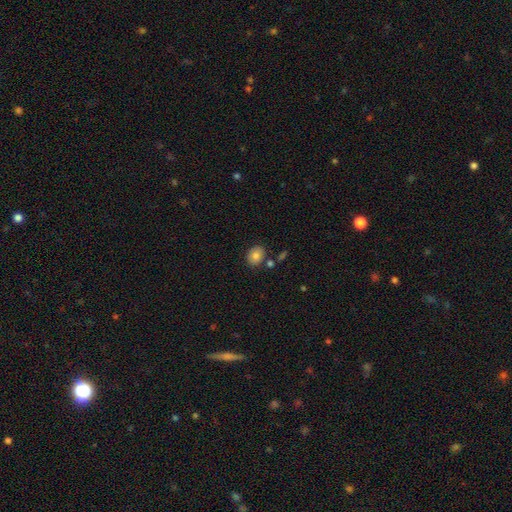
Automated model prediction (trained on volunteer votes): Smooth or featured?
  - smooth: 81% *
  - star or artifact: 9%
  - featured or disk: 9%
How rounded?
  - round: 52% *
  - in between: 47%
  - cigar-shaped: 1%
Merging?
  - none: 78% *
  - minor disturbance: 12%
  - merger: 7%
  - major disturbance: 3%